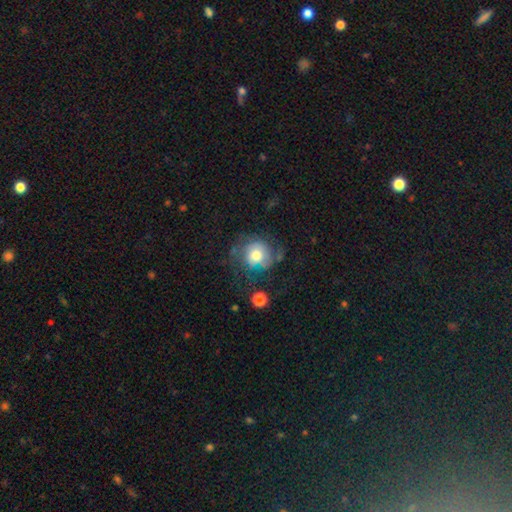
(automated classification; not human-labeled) Smooth or featured? smooth (52%)
How rounded? round (82%)
Merging? none (53%)